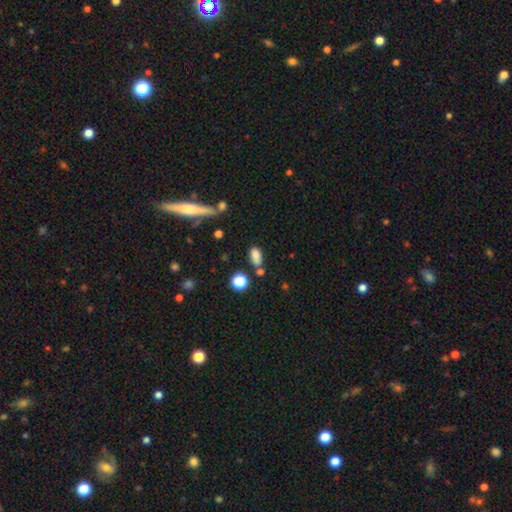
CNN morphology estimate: The model was most divided on "merging": none: 58%, minor disturbance: 19%, merger: 16%, major disturbance: 7%. More confident: how rounded — in between (86%); smooth or featured — smooth (79%).